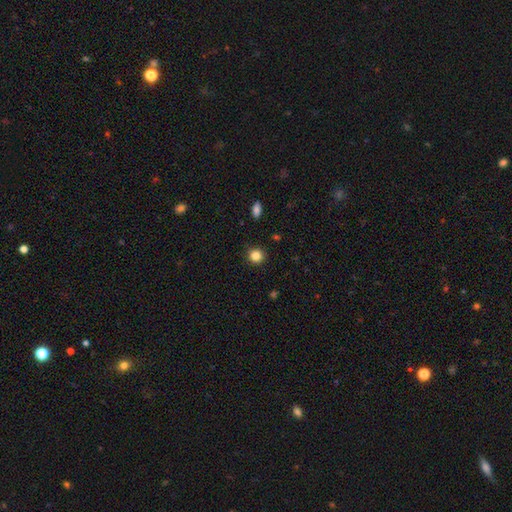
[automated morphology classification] This appears to be a smooth galaxy with no disk features (85%) that is round (92%). Merging: none (91%).